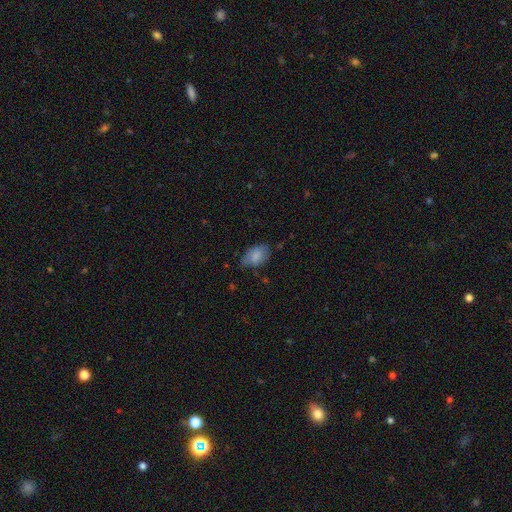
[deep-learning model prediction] Smooth or featured? Predicted: smooth (p=0.79). How rounded? Predicted: in between (p=0.90). Merging? Predicted: none (p=0.61).